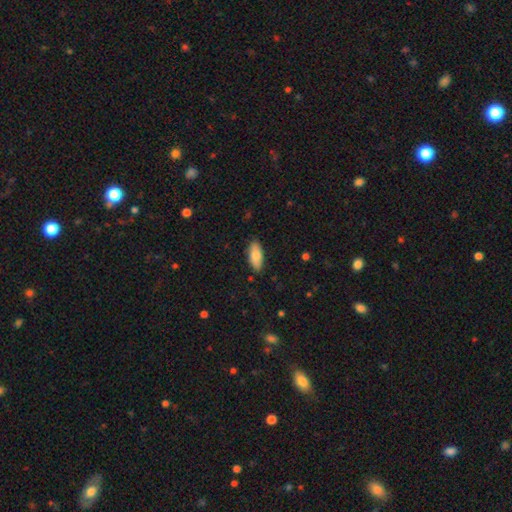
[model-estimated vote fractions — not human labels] This appears to be a smooth galaxy with no disk features (81%) that is in between round and cigar-shaped (83%). Merging: none (87%).